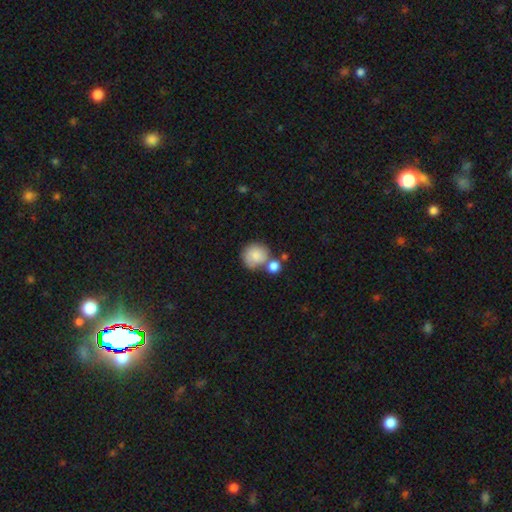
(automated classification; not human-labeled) Smooth or featured: smooth — 81% (featured or disk — 11%)
How rounded: round — 87% (in between — 12%)
Merging: none — 46% (merger — 33%)